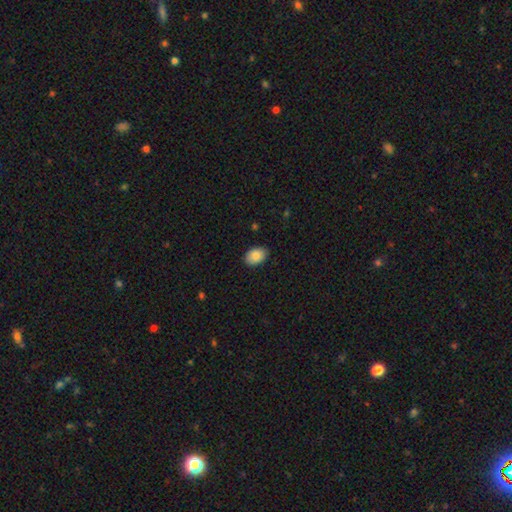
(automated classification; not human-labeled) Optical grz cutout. It shows a smooth galaxy with no disk features (87%) that is in between round and cigar-shaped (82%). Merging: none (86%).